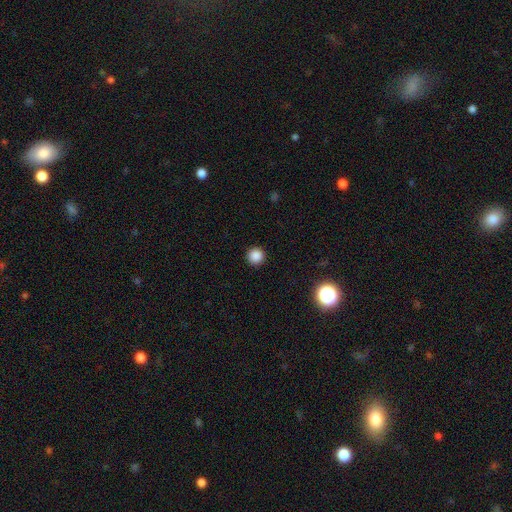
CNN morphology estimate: smooth-or-featured: smooth: 86% | star or artifact: 11% | featured or disk: 3%
  how-rounded: round: 96% | in between: 3% | cigar-shaped: 1%
  merging: none: 93% | minor disturbance: 4% | major disturbance: 2% | merger: 1%